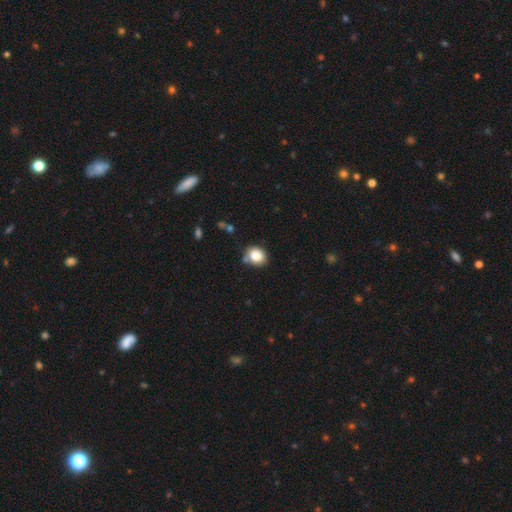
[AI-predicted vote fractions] smooth 83%, star or artifact 10%, featured or disk 7%. Down the decision tree: how rounded — round (60%); merging — none (75%).